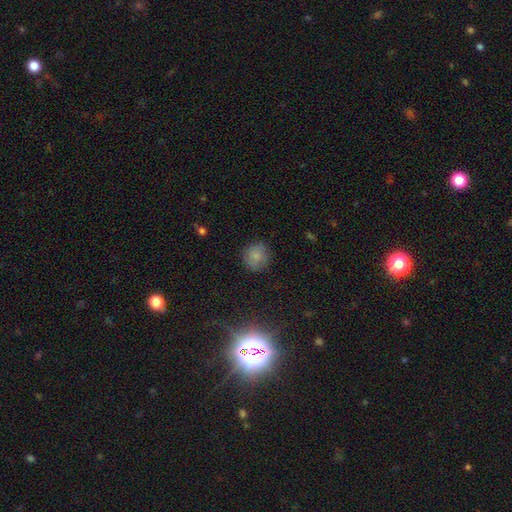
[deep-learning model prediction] Overall: smooth (80%). How rounded: round (88%). Merging: none (84%).